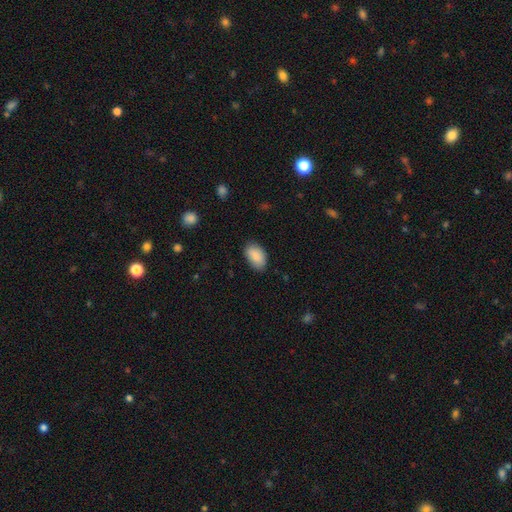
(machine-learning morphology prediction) smooth_or_featured: smooth (p=0.87) [alt: star or artifact p=0.07]
how_rounded: in between (p=0.92) [alt: round p=0.06]
merging: none (p=0.82) [alt: minor disturbance p=0.14]